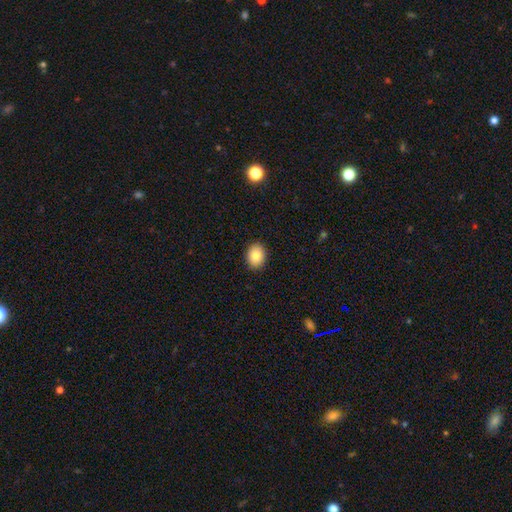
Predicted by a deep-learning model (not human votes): A smooth galaxy with no disk features (84%) that is in between round and cigar-shaped (51%). Merging: none (90%).